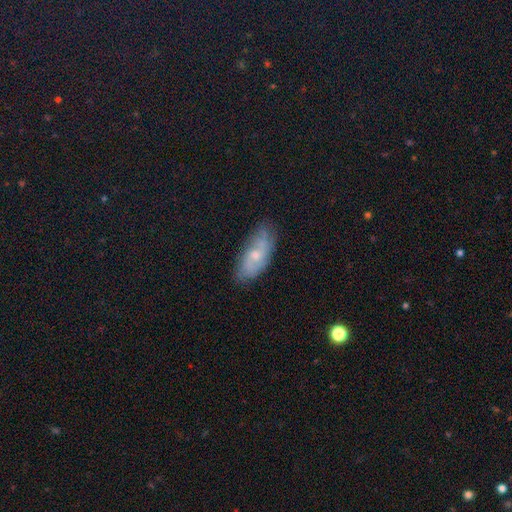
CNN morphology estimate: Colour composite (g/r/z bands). It shows a featured or disk galaxy (58%) with no bar (67%), spiral arms (83%) and a small central bulge (53%). Merging: none (74%).